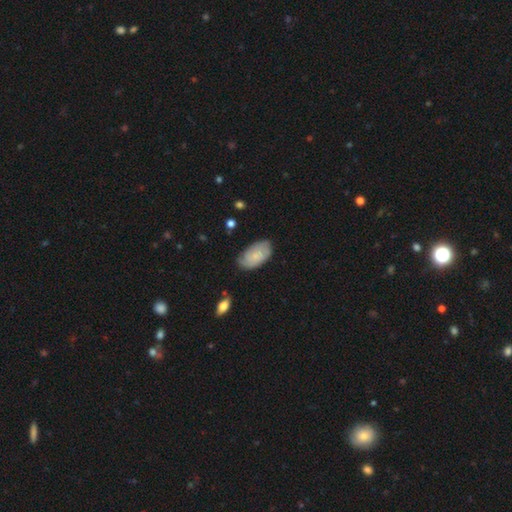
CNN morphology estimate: A smooth galaxy with no disk features (54%) that is in between round and cigar-shaped (94%). Merging: none (73%).